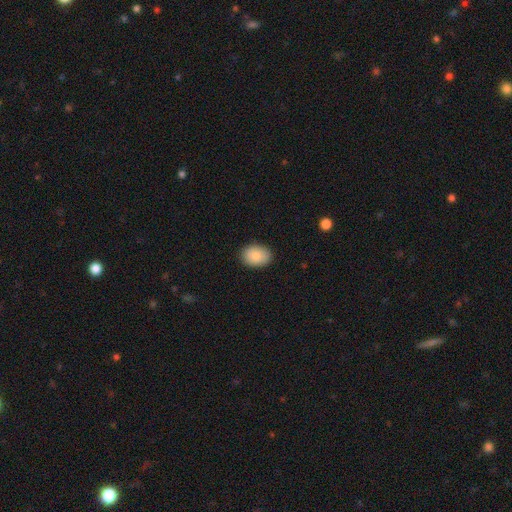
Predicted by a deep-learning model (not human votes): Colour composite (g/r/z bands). It shows a smooth galaxy with no disk features (88%) that is in between round and cigar-shaped (76%). Merging: none (88%).